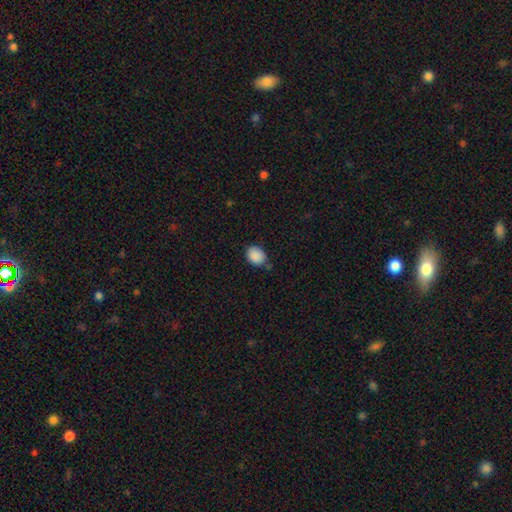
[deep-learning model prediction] This appears to be a smooth galaxy with no disk features (89%) that is in between round and cigar-shaped (55%). Merging: none (69%).